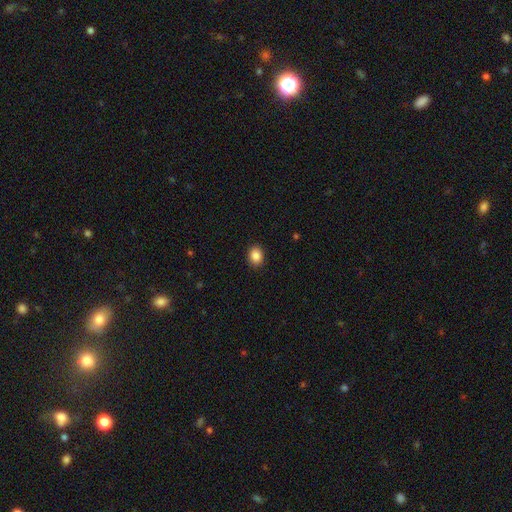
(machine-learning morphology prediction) Smooth or featured: smooth — 87% (star or artifact — 9%)
How rounded: in between — 55% (round — 44%)
Merging: none — 91% (minor disturbance — 6%)